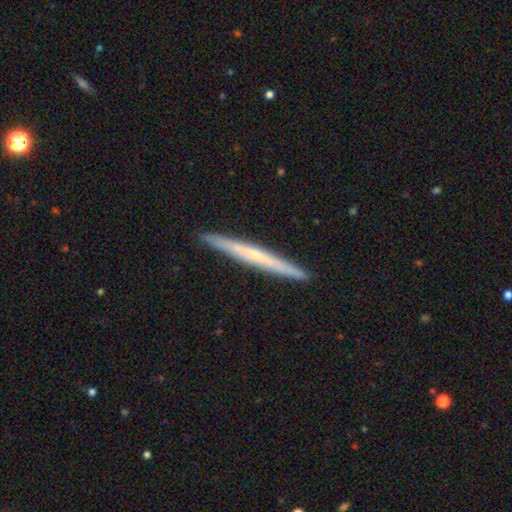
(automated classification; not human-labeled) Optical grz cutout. It shows a featured or disk galaxy (54%) viewed edge-on (97%) with no central bulge (71%). Merging: none (92%).